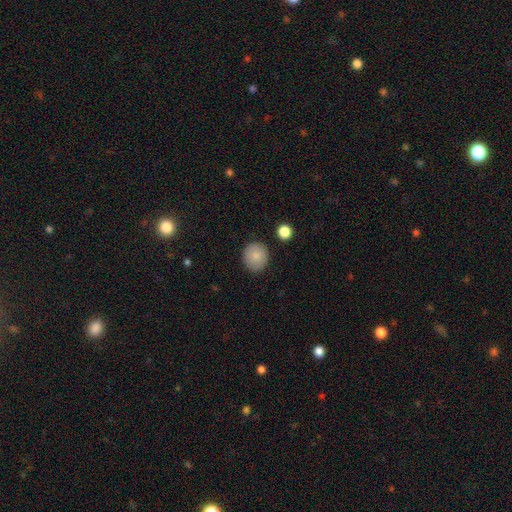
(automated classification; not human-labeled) Smooth or featured? smooth (86%)
How rounded? round (87%)
Merging? none (88%)